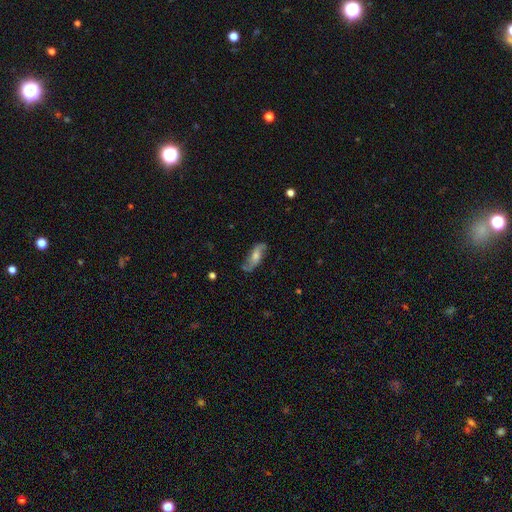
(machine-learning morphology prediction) Q: Smooth or featured?
A: featured or disk (64%); runner-up: smooth (29%)
Q: Edge-on disk?
A: no (86%); runner-up: yes (14%)
Q: Bar?
A: no (57%); runner-up: weak (33%)
Q: Spiral arms?
A: yes (91%); runner-up: no (9%)
Q: Bulge size?
A: moderate (53%); runner-up: small (29%)
Q: Merging?
A: none (74%); runner-up: minor disturbance (18%)